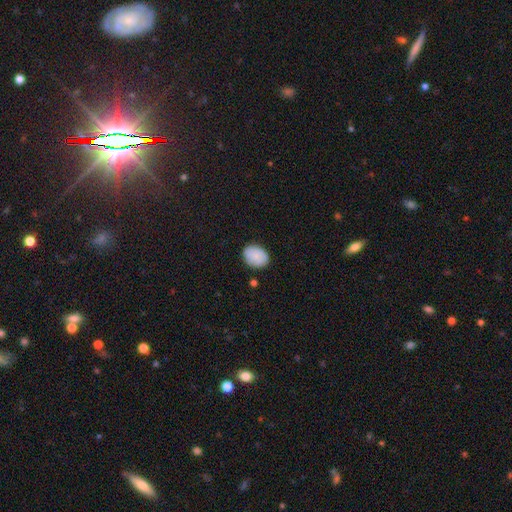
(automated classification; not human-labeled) Smooth or featured: smooth — 84% (featured or disk — 9%)
How rounded: in between — 64% (round — 35%)
Merging: none — 83% (minor disturbance — 13%)